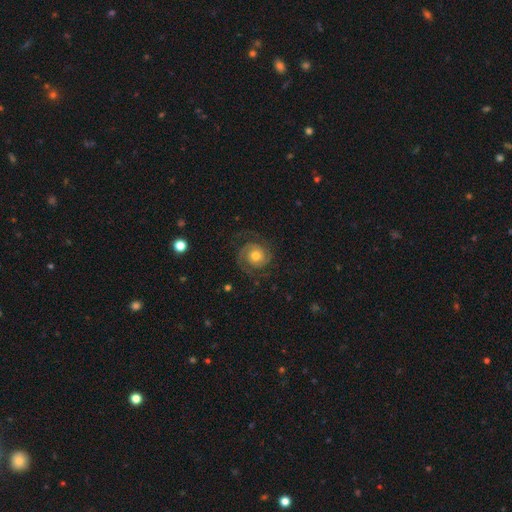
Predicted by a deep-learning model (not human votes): smooth_or_featured: featured or disk (p=0.85) [alt: smooth p=0.09]
disk_edge_on: no (p=0.98) [alt: yes p=0.02]
bar: no (p=0.76) [alt: weak p=0.19]
has_spiral_arms: yes (p=0.97) [alt: no p=0.03]
spiral_winding: tight (p=0.49) [alt: medium p=0.39]
spiral_arm_count: 2 (p=0.85) [alt: 3 p=0.05]
bulge_size: moderate (p=0.71) [alt: small p=0.19]
merging: none (p=0.78) [alt: minor disturbance p=0.13]